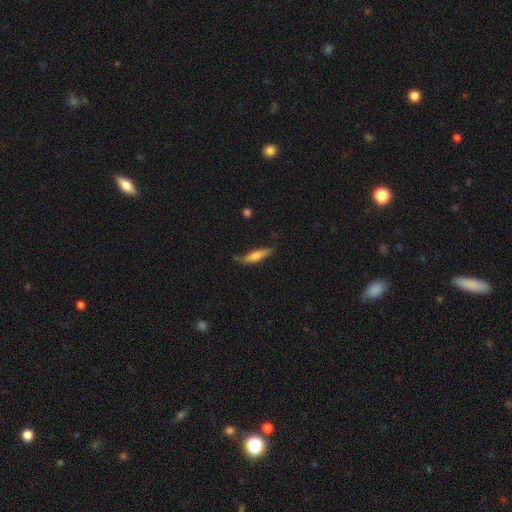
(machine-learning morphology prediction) Overall: smooth (59%; featured or disk 36%). How rounded: cigar-shaped (74%). Merging: none (67%).